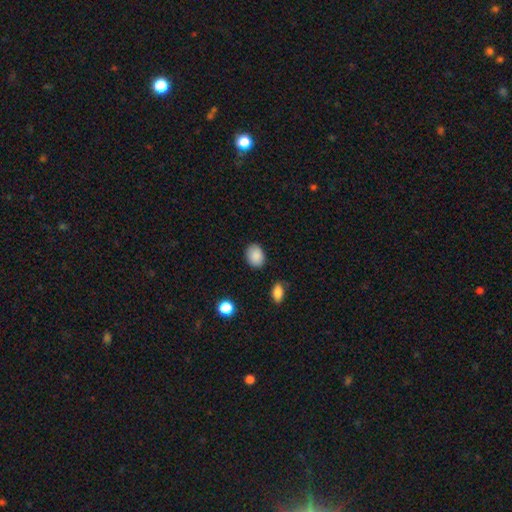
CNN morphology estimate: type=smooth (88%); roundness=in between (67%); merging=none (84%).